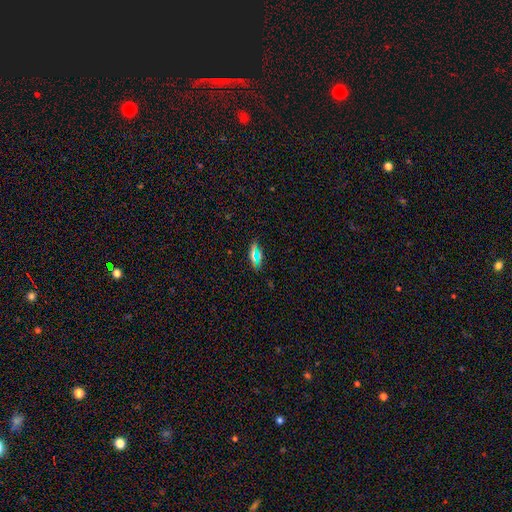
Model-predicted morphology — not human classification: type=smooth (59%); roundness=in between (78%); merging=none (76%).